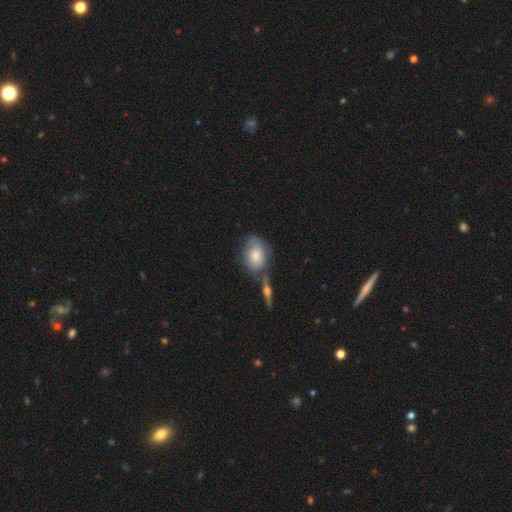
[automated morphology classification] This is likely a smooth galaxy (71%). How rounded: likely in between (74%). Merging: possibly none (51%).